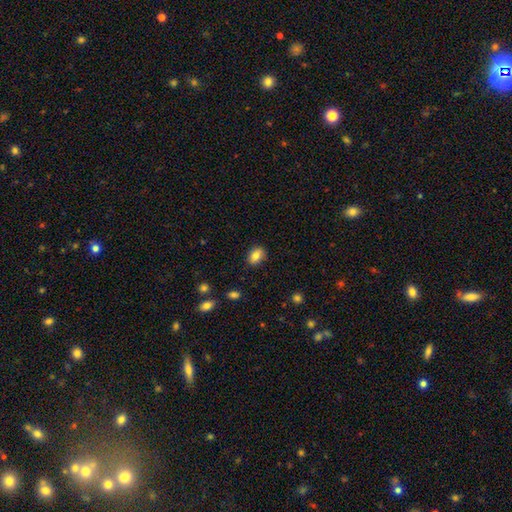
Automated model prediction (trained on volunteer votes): Q: Smooth or featured?
A: smooth (82%); runner-up: featured or disk (9%)
Q: How rounded?
A: in between (72%); runner-up: round (26%)
Q: Merging?
A: none (84%); runner-up: minor disturbance (12%)